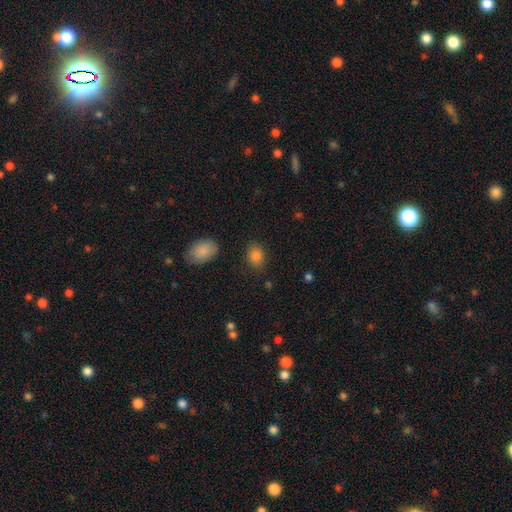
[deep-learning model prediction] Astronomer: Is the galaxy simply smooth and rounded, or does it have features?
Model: smooth — 85%.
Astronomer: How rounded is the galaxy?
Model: in between — 73%.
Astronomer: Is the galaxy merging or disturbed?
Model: none — 82%.